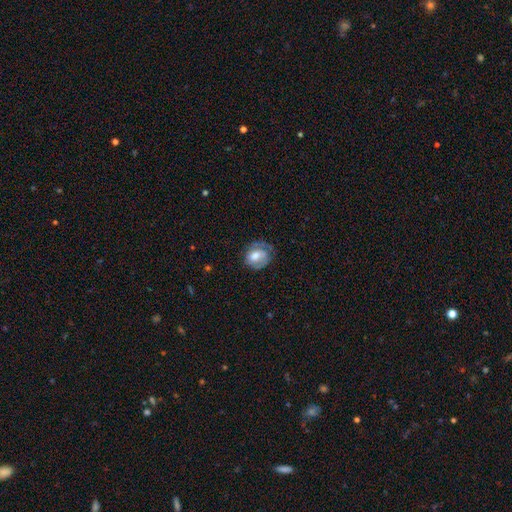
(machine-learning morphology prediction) smooth-or-featured: smooth: 53% | featured or disk: 39% | star or artifact: 8%
  how-rounded: round: 54% | in between: 45% | cigar-shaped: 1%
  merging: none: 54% | minor disturbance: 28% | major disturbance: 16% | merger: 2%